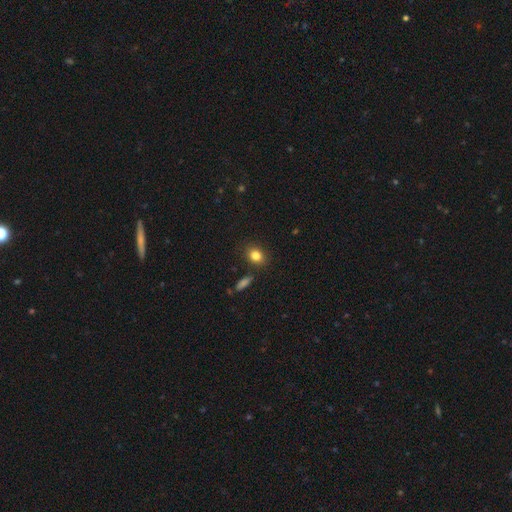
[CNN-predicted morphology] This is clearly a smooth galaxy (84%). How rounded: possibly in between (50%). Merging: clearly none (84%).